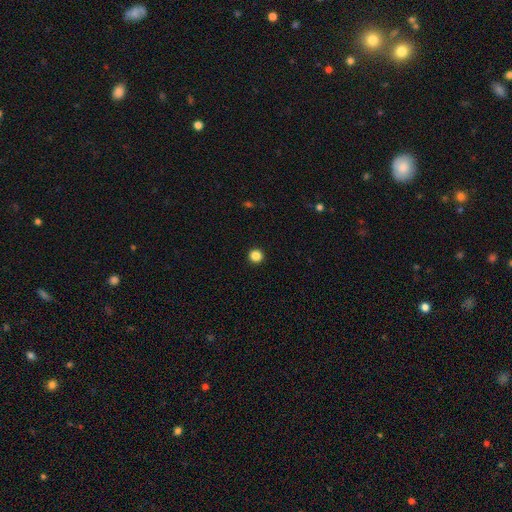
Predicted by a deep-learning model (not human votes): Smooth or featured? smooth (86%)
How rounded? round (96%)
Merging? none (94%)